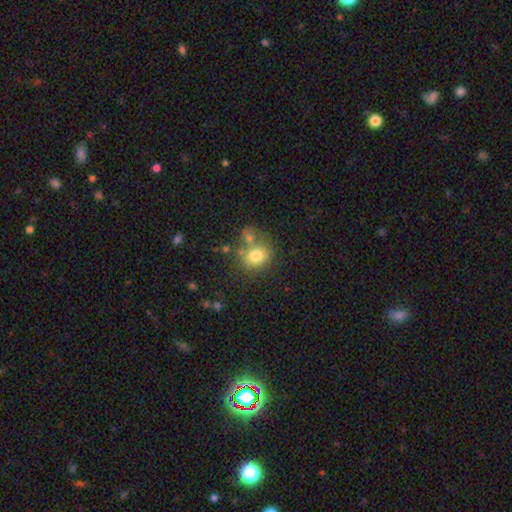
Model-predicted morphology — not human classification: Q: Smooth or featured?
A: smooth (76%); runner-up: featured or disk (12%)
Q: How rounded?
A: round (65%); runner-up: in between (34%)
Q: Merging?
A: none (57%); runner-up: merger (23%)